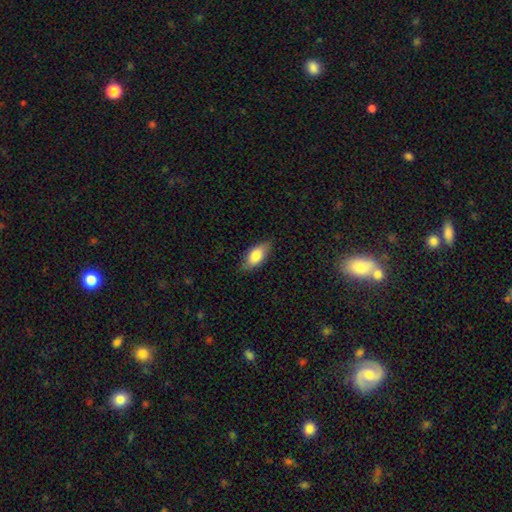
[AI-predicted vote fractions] Smooth or featured? smooth (79%)
How rounded? in between (88%)
Merging? none (80%)